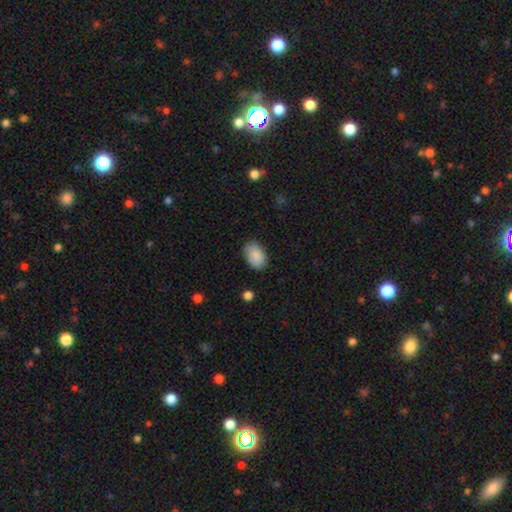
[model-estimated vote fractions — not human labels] Smooth or featured?
  - smooth: 89% *
  - star or artifact: 7%
  - featured or disk: 5%
How rounded?
  - in between: 89% *
  - round: 10%
  - cigar-shaped: 1%
Merging?
  - none: 82% *
  - minor disturbance: 14%
  - major disturbance: 3%
  - merger: 1%